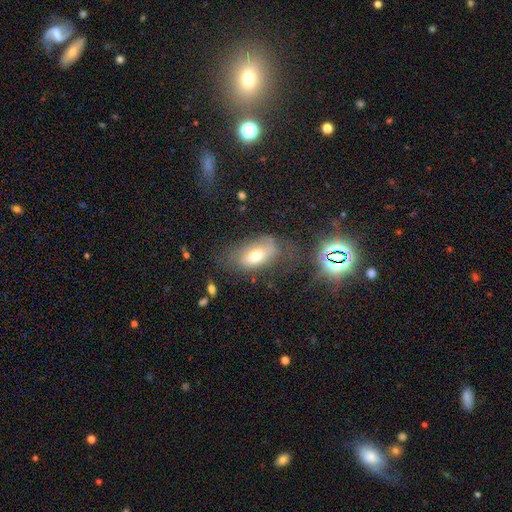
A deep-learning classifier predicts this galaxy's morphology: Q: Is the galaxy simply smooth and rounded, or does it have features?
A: smooth — 58%.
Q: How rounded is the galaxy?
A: in between — 90%.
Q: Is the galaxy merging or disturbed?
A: none — 47%.